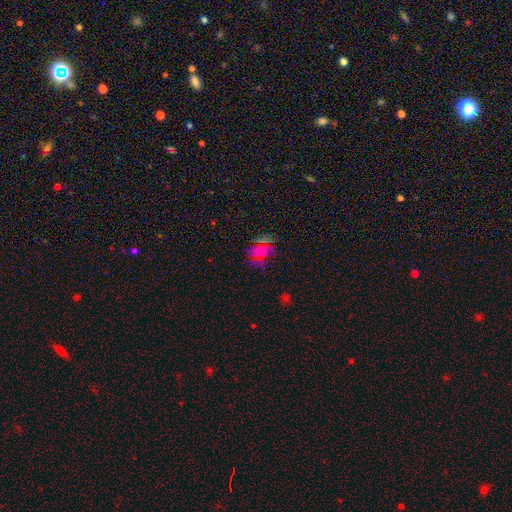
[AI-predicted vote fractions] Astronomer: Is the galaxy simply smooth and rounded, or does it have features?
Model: smooth — 55% (runner-up: star or artifact, 34%).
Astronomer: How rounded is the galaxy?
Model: in between — 62%.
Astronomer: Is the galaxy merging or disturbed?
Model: none — 75%.